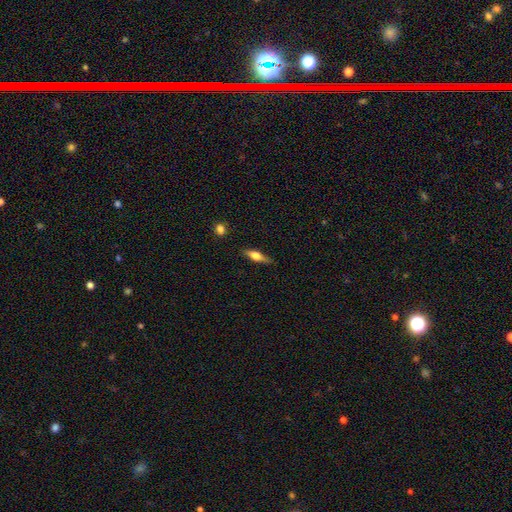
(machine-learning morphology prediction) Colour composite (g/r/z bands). It shows a featured or disk galaxy (48%). Merging: none (82%).